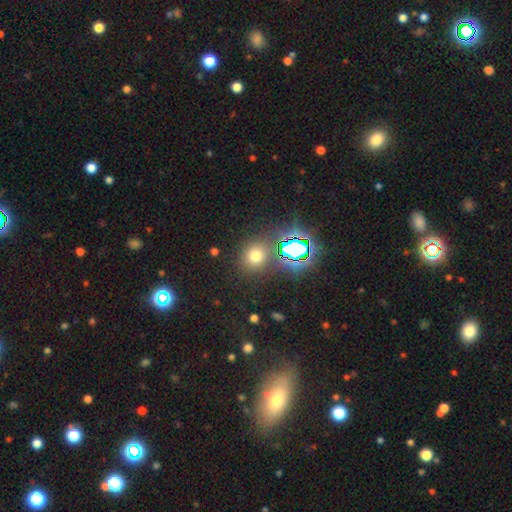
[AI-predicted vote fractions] Smooth or featured? Predicted: smooth (p=0.62). How rounded? Predicted: round (p=0.79). Merging? Predicted: none (p=0.81).